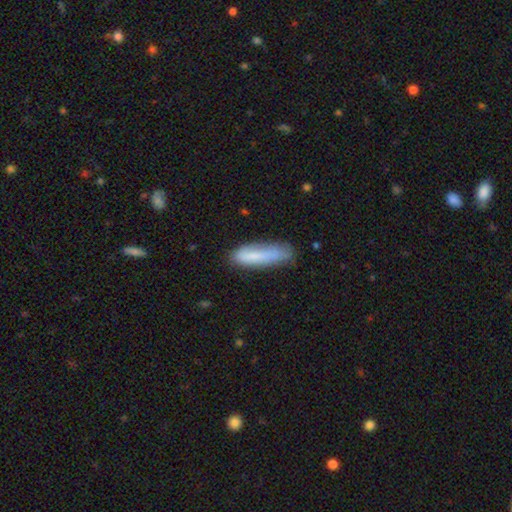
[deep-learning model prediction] Morphology: type=smooth (76%); roundness=cigar-shaped (70%); merging=none (59%).